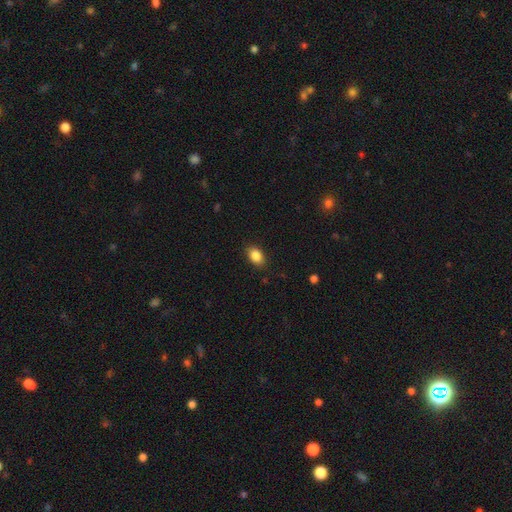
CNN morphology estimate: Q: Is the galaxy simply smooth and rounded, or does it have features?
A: smooth — 86%.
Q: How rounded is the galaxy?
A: in between — 78%.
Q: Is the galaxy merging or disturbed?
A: none — 85%.